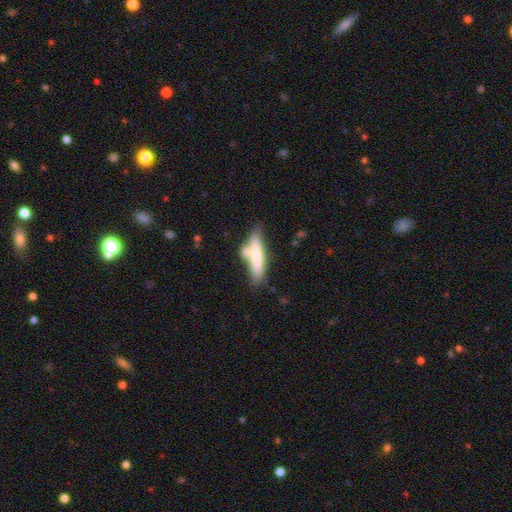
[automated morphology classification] smooth_or_featured: smooth (p=0.63) [alt: featured or disk p=0.31]
how_rounded: cigar-shaped (p=0.78) [alt: in between p=0.20]
merging: none (p=0.48) [alt: merger p=0.28]